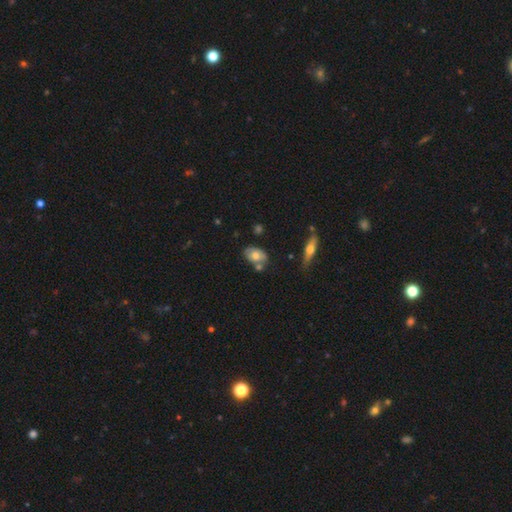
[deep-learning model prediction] Smooth or featured? Predicted: smooth (p=0.65). How rounded? Predicted: in between (p=0.86). Merging? Predicted: none (p=0.57).